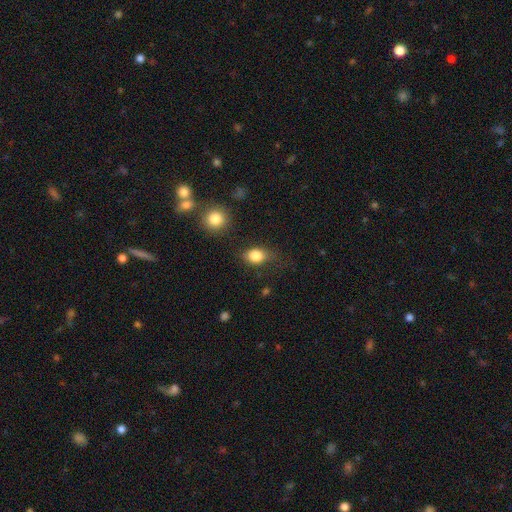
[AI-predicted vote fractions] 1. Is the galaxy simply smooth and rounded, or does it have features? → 84% smooth, 9% star or artifact, 7% featured or disk.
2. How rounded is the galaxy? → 65% in between, 33% round, 2% cigar-shaped.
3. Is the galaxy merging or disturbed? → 62% none, 25% minor disturbance, 10% major disturbance, 4% merger.